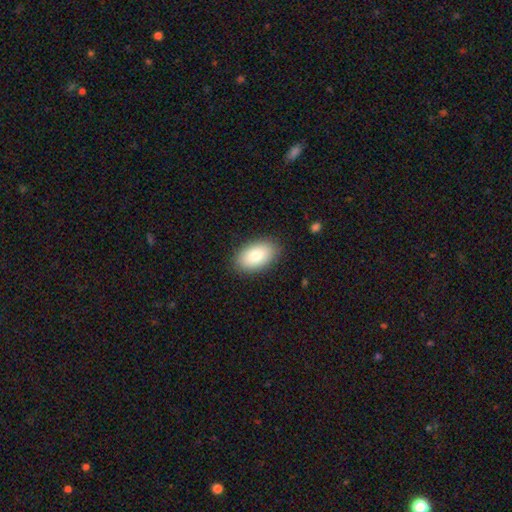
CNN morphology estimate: smooth_or_featured: smooth (p=0.83) [alt: featured or disk p=0.10]
how_rounded: in between (p=0.93) [alt: round p=0.05]
merging: none (p=0.88) [alt: minor disturbance p=0.09]